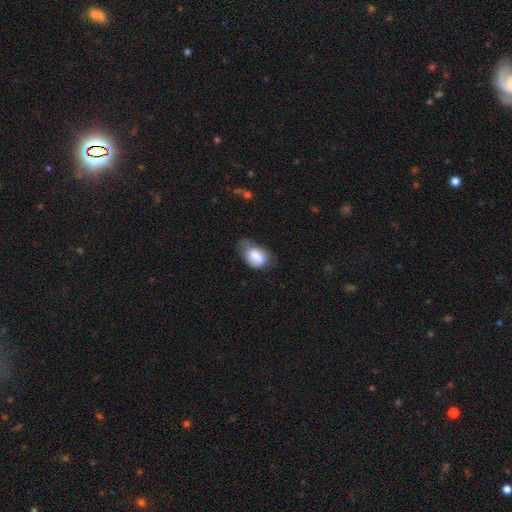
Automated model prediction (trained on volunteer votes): smooth-or-featured: smooth: 79% | featured or disk: 14% | star or artifact: 7%
  how-rounded: in between: 85% | round: 14% | cigar-shaped: 1%
  merging: minor disturbance: 45% | none: 29% | major disturbance: 23% | merger: 3%